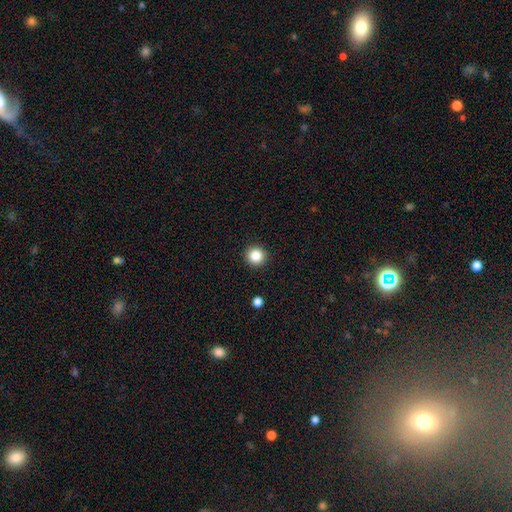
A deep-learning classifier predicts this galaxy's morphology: This appears to be a smooth galaxy with no disk features (85%) that is round (95%). Merging: none (93%).